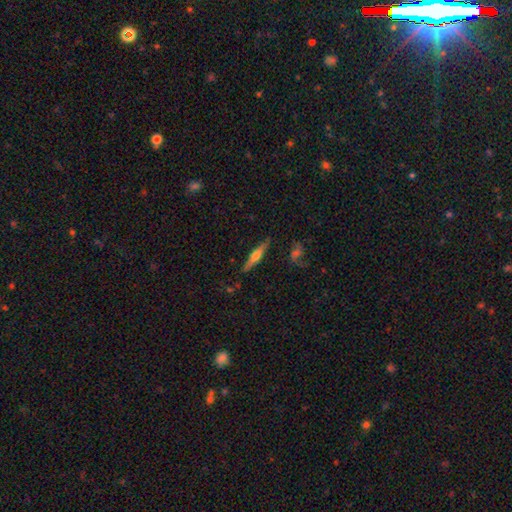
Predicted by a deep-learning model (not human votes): Smooth or featured: featured or disk — 60% (smooth — 34%)
Edge-on disk: yes — 96% (no — 4%)
Edge-on bulge: rounded — 87% (boxy — 7%)
Merging: none — 86% (minor disturbance — 9%)